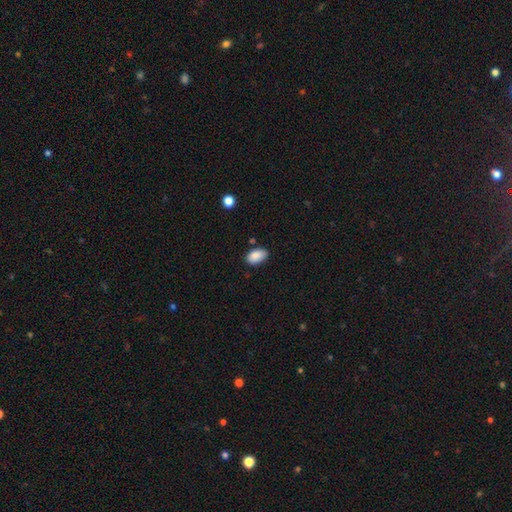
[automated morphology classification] smooth 88%, star or artifact 7%, featured or disk 4%. Down the decision tree: how rounded — in between (91%); merging — none (78%).